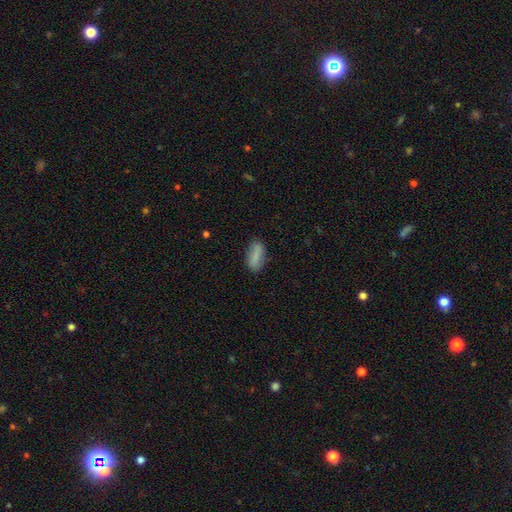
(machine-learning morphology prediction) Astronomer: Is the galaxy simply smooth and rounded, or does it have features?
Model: smooth — 84%.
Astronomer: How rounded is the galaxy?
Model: in between — 79%.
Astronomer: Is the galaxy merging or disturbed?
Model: none — 81%.